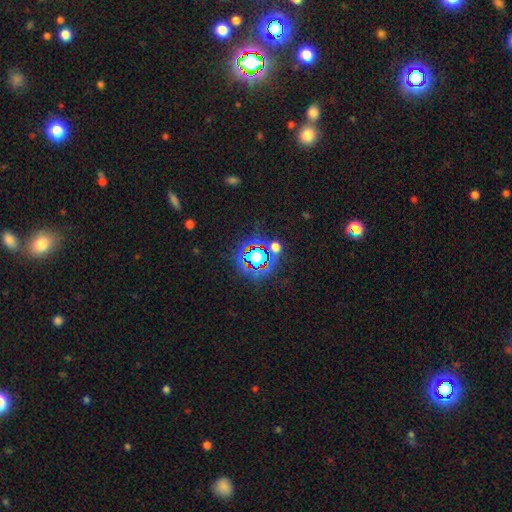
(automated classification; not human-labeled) Smooth or featured?
  - star or artifact: 78% *
  - smooth: 13%
  - featured or disk: 8%